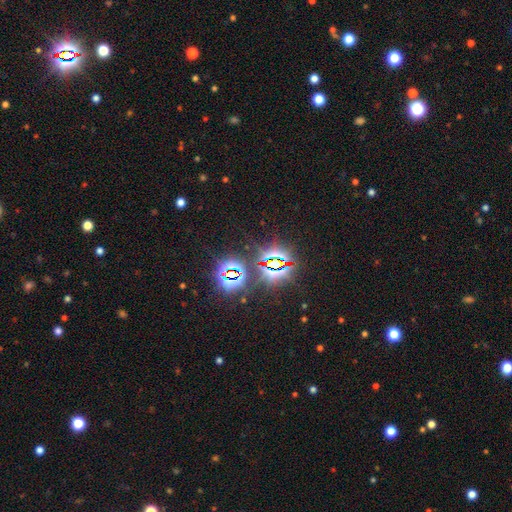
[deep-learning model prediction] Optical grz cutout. It shows a star or artifact, not a galaxy (83%).